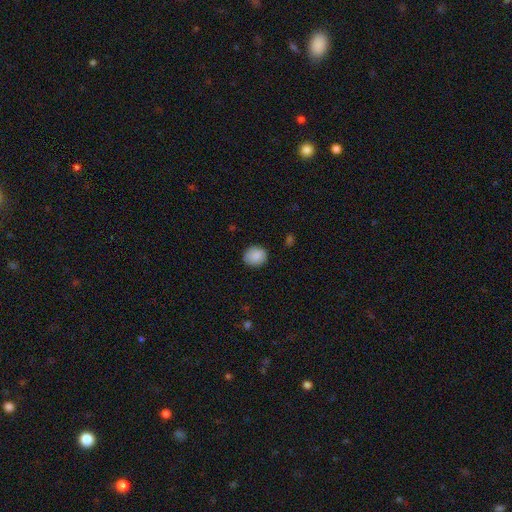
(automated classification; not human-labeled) This appears to be a smooth galaxy with no disk features (88%) that is round (72%). Merging: none (85%).